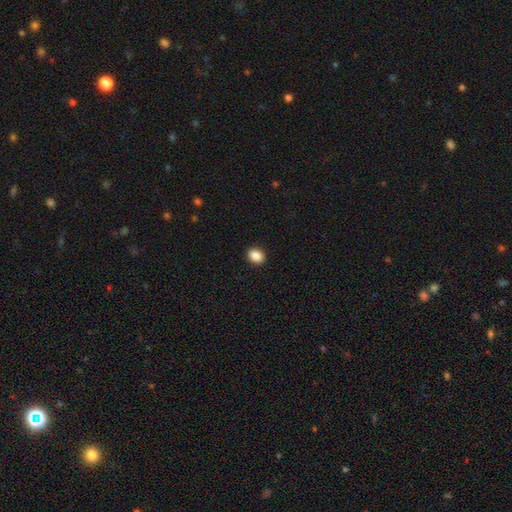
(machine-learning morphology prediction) Q: Smooth or featured?
A: smooth (88%); runner-up: star or artifact (9%)
Q: How rounded?
A: in between (53%); runner-up: round (46%)
Q: Merging?
A: none (92%); runner-up: minor disturbance (6%)